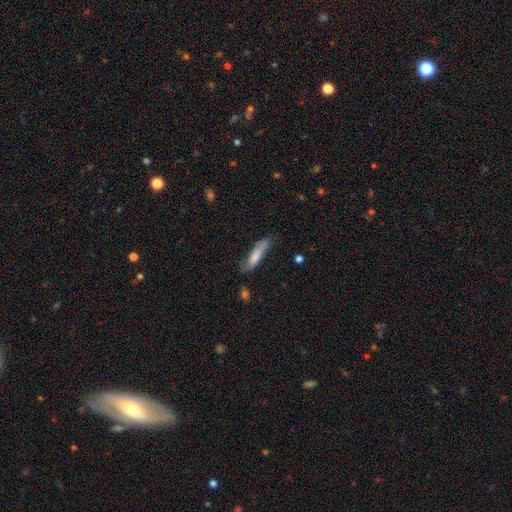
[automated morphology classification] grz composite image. It shows a smooth galaxy with no disk features (72%) that is cigar-shaped (77%). Merging: none (60%).